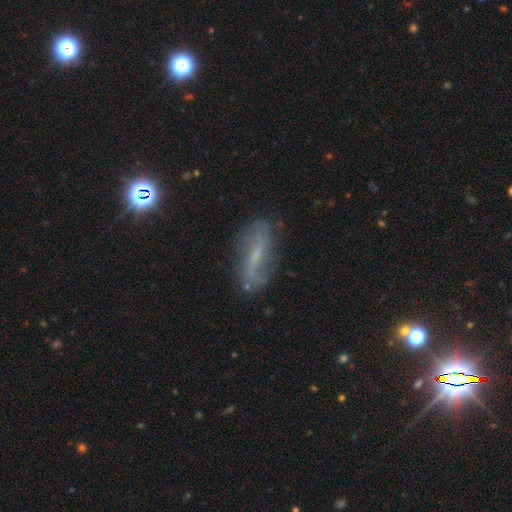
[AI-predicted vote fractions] This is possibly a featured or disk galaxy (59%). It is likely not viewed edge-on (77%). Merging: likely none (72%).